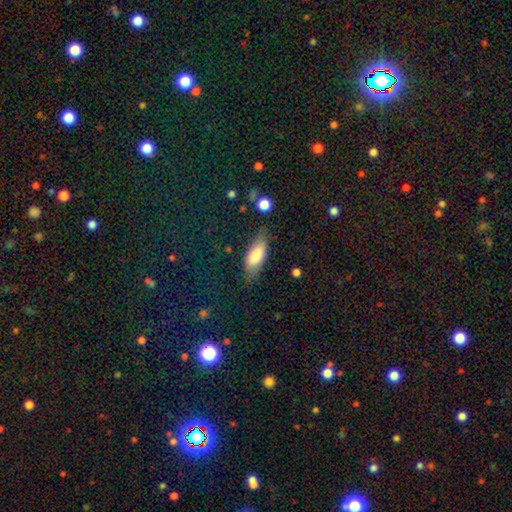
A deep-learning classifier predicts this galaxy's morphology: The model was most divided on "merging": none: 68%, minor disturbance: 23%, major disturbance: 7%, merger: 2%. More confident: smooth or featured — smooth (77%); how rounded — in between (77%).